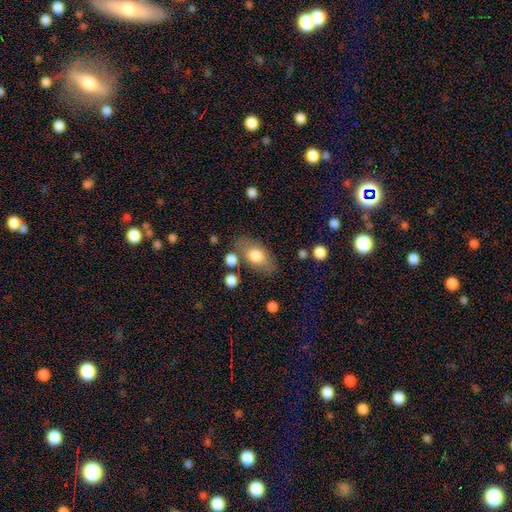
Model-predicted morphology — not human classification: Smooth or featured? Predicted: smooth (p=0.74). How rounded? Predicted: in between (p=0.87). Merging? Predicted: none (p=0.72).